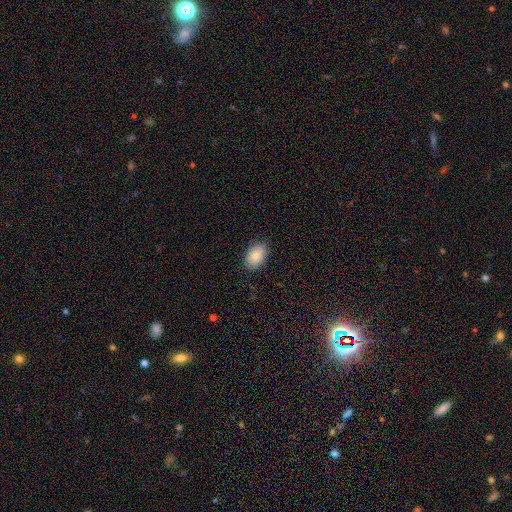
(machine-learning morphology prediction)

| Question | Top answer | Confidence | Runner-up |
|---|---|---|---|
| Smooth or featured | smooth | 88% | star or artifact (7%) |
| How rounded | in between | 90% | round (8%) |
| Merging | none | 85% | minor disturbance (12%) |